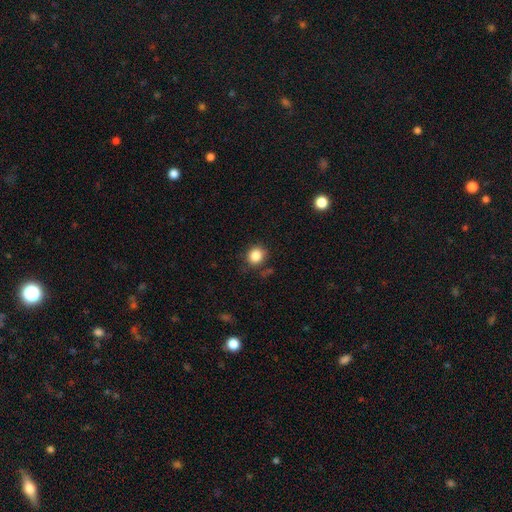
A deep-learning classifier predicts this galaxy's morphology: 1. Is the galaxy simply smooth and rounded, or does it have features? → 85% smooth, 10% star or artifact, 5% featured or disk.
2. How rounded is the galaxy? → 80% round, 19% in between, 1% cigar-shaped.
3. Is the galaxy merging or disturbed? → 81% none, 13% minor disturbance, 3% major disturbance, 3% merger.